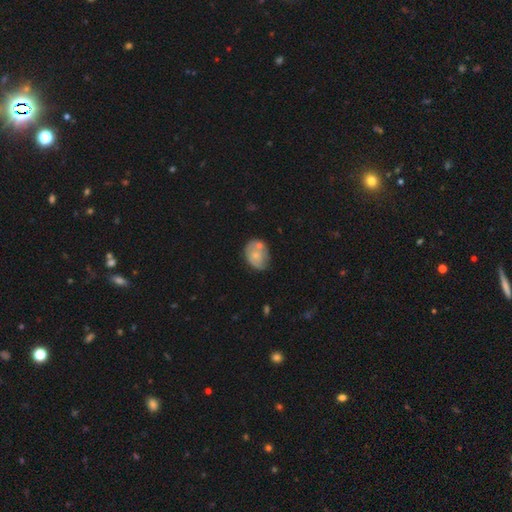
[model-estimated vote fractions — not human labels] Q: Smooth or featured?
A: smooth (55%); runner-up: featured or disk (38%)
Q: How rounded?
A: in between (61%); runner-up: round (38%)
Q: Merging?
A: none (39%); runner-up: merger (30%)